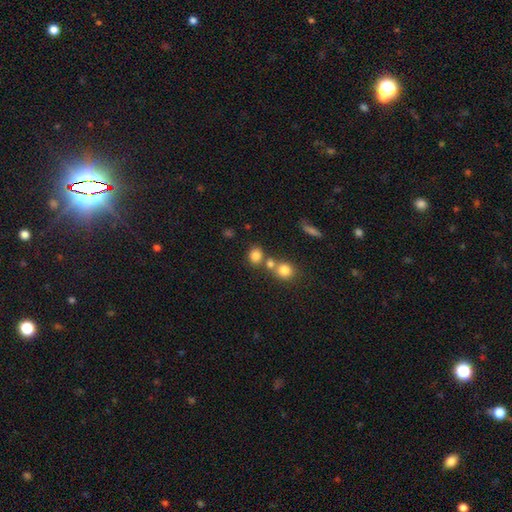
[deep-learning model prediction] The model was most divided on "merging": none: 59%, merger: 28%, minor disturbance: 9%, major disturbance: 4%. More confident: smooth or featured — smooth (81%); how rounded — round (71%).